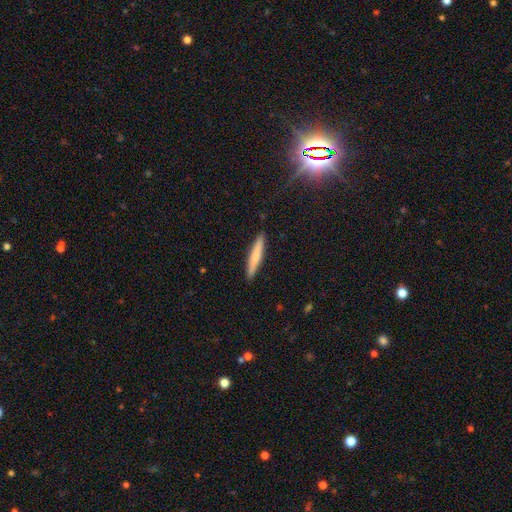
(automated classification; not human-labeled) Smooth or featured: smooth — 69% (featured or disk — 25%)
How rounded: cigar-shaped — 94% (in between — 5%)
Merging: none — 91% (minor disturbance — 6%)